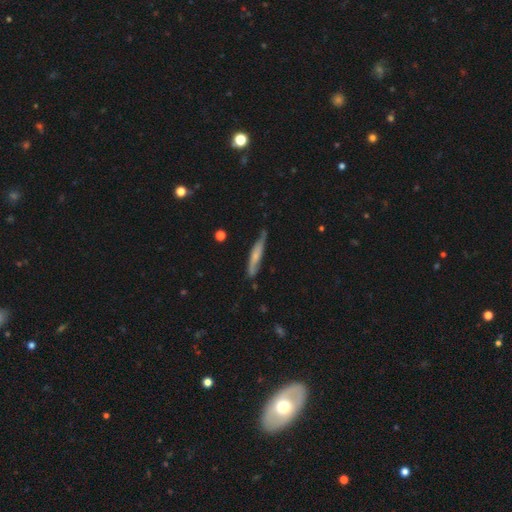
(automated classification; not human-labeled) Smooth or featured? Predicted: smooth (p=0.50). How rounded? Predicted: cigar-shaped (p=0.90). Merging? Predicted: none (p=0.66).